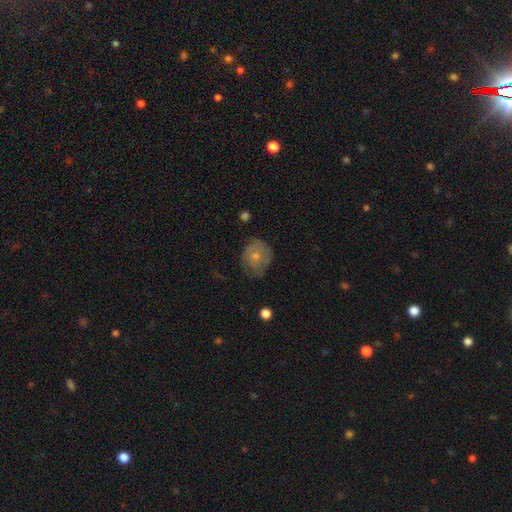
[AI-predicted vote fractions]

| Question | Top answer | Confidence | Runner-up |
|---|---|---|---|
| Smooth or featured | smooth | 64% | featured or disk (28%) |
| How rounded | round | 67% | in between (32%) |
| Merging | none | 56% | minor disturbance (31%) |